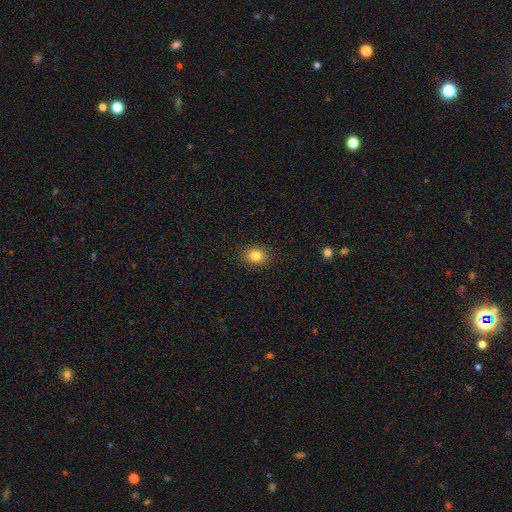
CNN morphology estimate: smooth_or_featured: smooth (p=0.82) [alt: star or artifact p=0.10]
how_rounded: in between (p=0.56) [alt: round p=0.43]
merging: none (p=0.89) [alt: minor disturbance p=0.08]